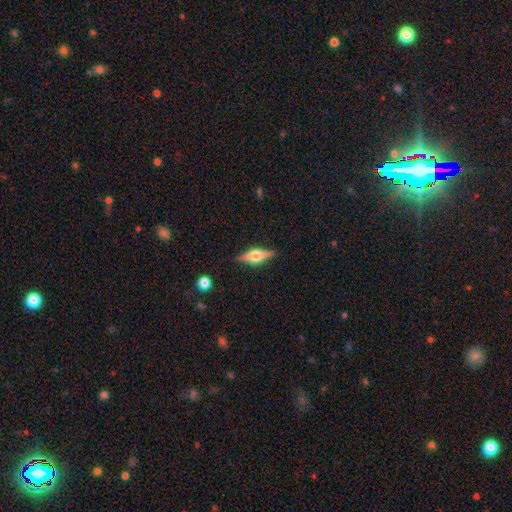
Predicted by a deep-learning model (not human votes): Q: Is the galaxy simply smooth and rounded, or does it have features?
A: featured or disk — 72%.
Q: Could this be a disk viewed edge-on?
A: yes — 96%.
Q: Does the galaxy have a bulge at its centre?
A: rounded — 93%.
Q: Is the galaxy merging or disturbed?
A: none — 87%.